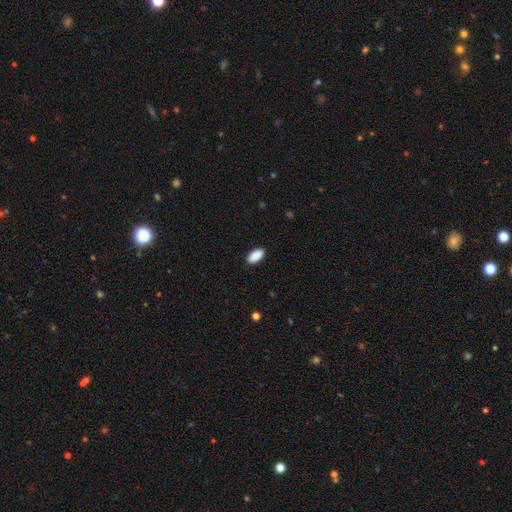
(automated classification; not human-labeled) The model was most divided on "how rounded": in between: 89%, cigar-shaped: 9%, round: 2%. More confident: smooth or featured — smooth (90%); merging — none (89%).